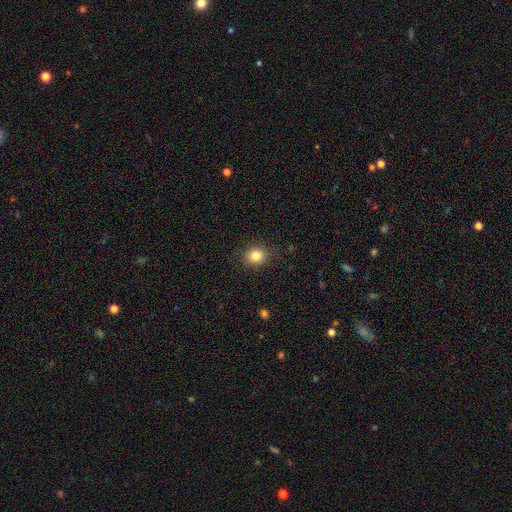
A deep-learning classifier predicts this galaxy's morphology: Overall: smooth (83%). How rounded: round (74%). Merging: none (86%).